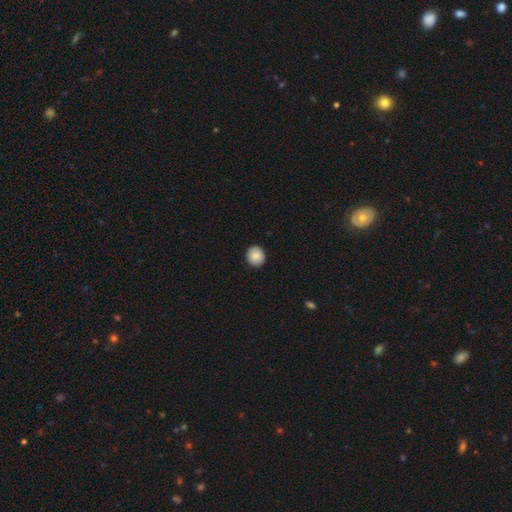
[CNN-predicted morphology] Q: Smooth or featured?
A: smooth (86%); runner-up: star or artifact (7%)
Q: How rounded?
A: round (85%); runner-up: in between (14%)
Q: Merging?
A: none (91%); runner-up: minor disturbance (7%)